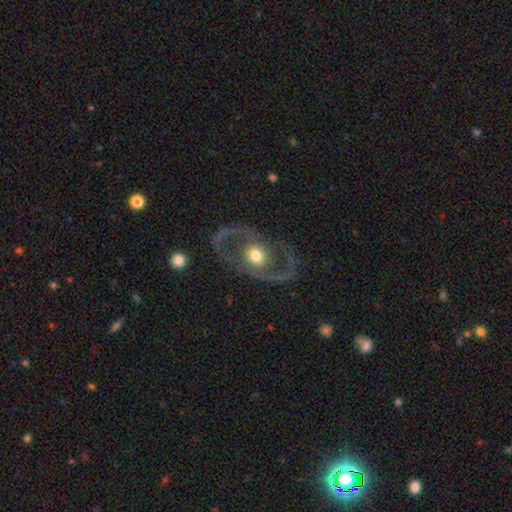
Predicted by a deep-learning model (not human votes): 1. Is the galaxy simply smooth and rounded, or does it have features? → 78% featured or disk, 16% smooth, 5% star or artifact.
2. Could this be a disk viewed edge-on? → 94% no, 6% yes.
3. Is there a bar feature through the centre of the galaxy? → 75% no, 18% weak, 8% strong.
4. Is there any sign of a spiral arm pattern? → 63% yes, 37% no.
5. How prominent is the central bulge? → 67% moderate, 19% large, 12% small, 2% dominant, 1% none.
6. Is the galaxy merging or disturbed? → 77% none, 11% minor disturbance, 10% major disturbance, 2% merger.